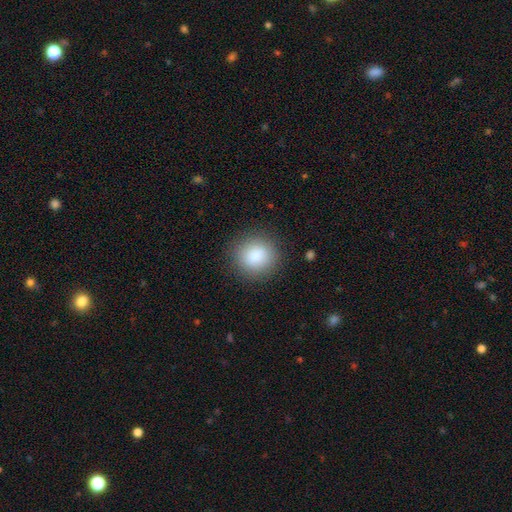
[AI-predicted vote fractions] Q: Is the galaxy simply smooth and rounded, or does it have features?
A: smooth — 86%.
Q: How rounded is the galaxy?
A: round — 89%.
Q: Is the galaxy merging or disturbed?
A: none — 88%.